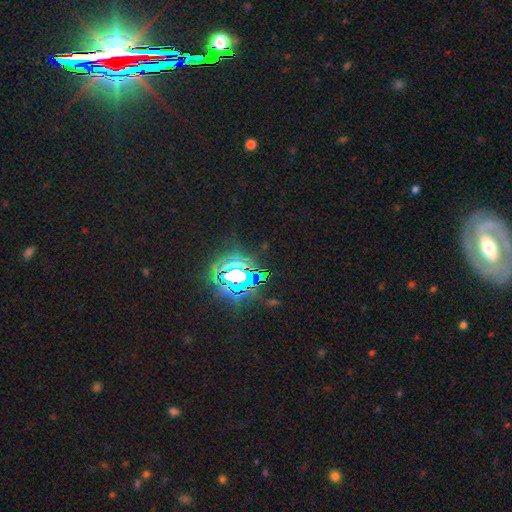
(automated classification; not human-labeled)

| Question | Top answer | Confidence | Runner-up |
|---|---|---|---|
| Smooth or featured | star or artifact | 84% | smooth (10%) |